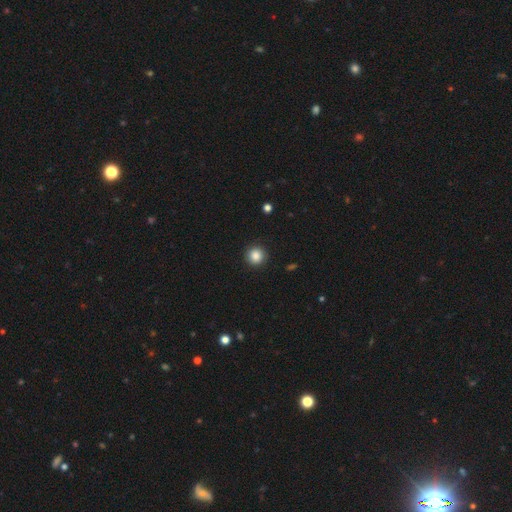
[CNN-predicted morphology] Smooth or featured? smooth (86%)
How rounded? round (94%)
Merging? none (90%)